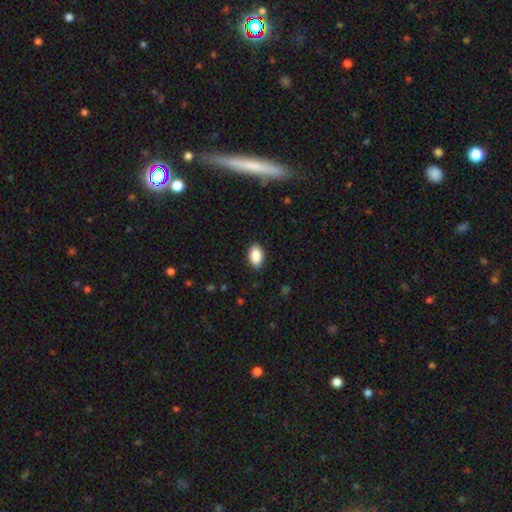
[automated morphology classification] Smooth or featured?
  - smooth: 88% *
  - star or artifact: 7%
  - featured or disk: 4%
How rounded?
  - in between: 92% *
  - round: 6%
  - cigar-shaped: 2%
Merging?
  - none: 88% *
  - minor disturbance: 9%
  - major disturbance: 2%
  - merger: 1%